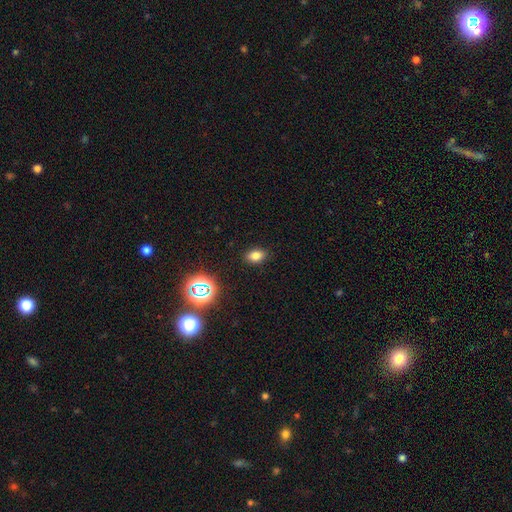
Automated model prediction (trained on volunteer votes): A smooth galaxy with no disk features (77%) that is in between round and cigar-shaped (82%).

Vote fractions:
- Smooth or featured? smooth: 77% / star or artifact: 17% / featured or disk: 7%
- How rounded? in between: 82% / round: 16% / cigar-shaped: 2%
- Merging? none: 88% / minor disturbance: 9% / major disturbance: 2% / merger: 1%